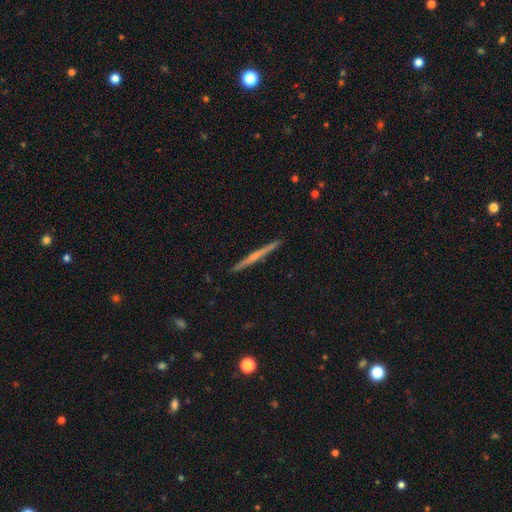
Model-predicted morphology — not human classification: Q: Smooth or featured?
A: featured or disk (69%); runner-up: smooth (25%)
Q: Edge-on disk?
A: yes (98%); runner-up: no (2%)
Q: Edge-on bulge?
A: rounded (55%); runner-up: none (40%)
Q: Merging?
A: none (92%); runner-up: minor disturbance (5%)